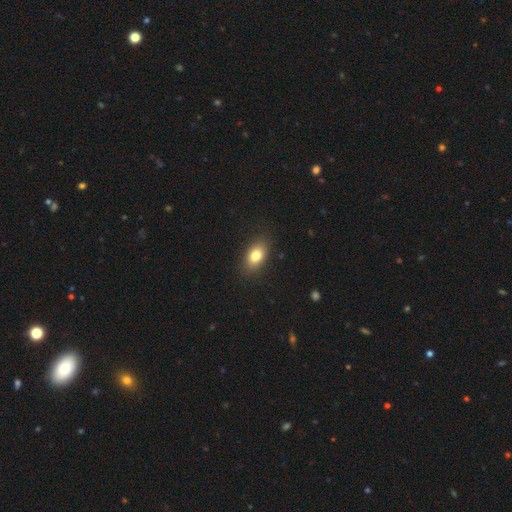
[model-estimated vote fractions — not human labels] Q: Smooth or featured?
A: smooth (80%); runner-up: featured or disk (12%)
Q: How rounded?
A: in between (86%); runner-up: round (11%)
Q: Merging?
A: none (87%); runner-up: minor disturbance (10%)